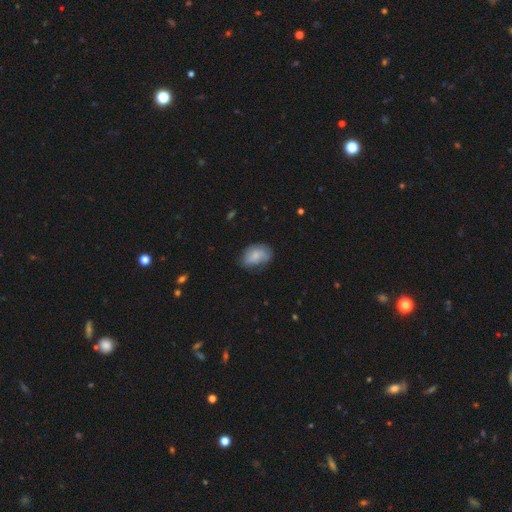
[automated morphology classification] Smooth or featured: smooth — 74% (featured or disk — 18%)
How rounded: in between — 85% (round — 14%)
Merging: none — 56% (minor disturbance — 32%)